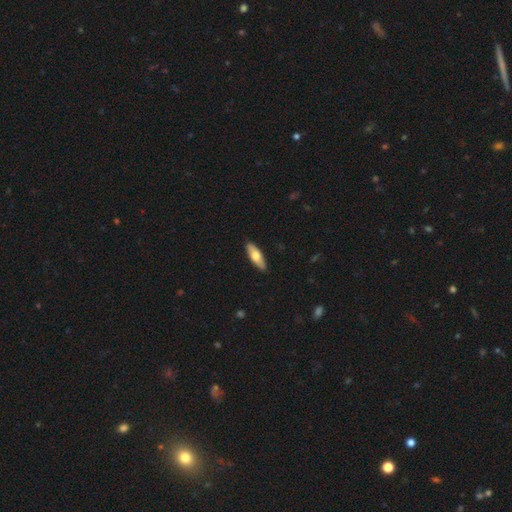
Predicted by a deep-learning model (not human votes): Smooth or featured? smooth (63%)
How rounded? in between (53%)
Merging? none (89%)